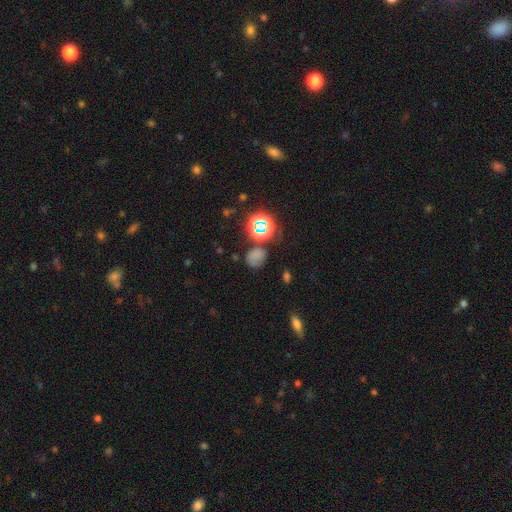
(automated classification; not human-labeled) A smooth galaxy with no disk features (60%) that is round (66%). Merging: none (61%).